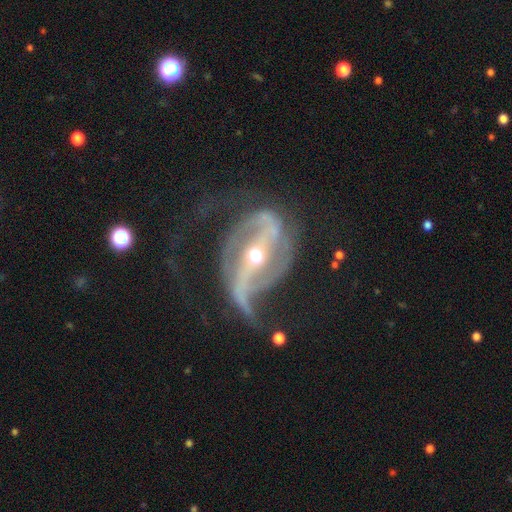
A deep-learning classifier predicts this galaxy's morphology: This is clearly a featured or disk galaxy (90%). It is clearly not viewed edge-on (96%). Bar: likely strong (68%). Spiral arm pattern: clearly yes (94%). Spiral arm count: clearly 2 (85%). Spiral winding: marginally loose (42%, tied with medium). Central bulge: possibly moderate (60%). Merging: possibly none (48%).